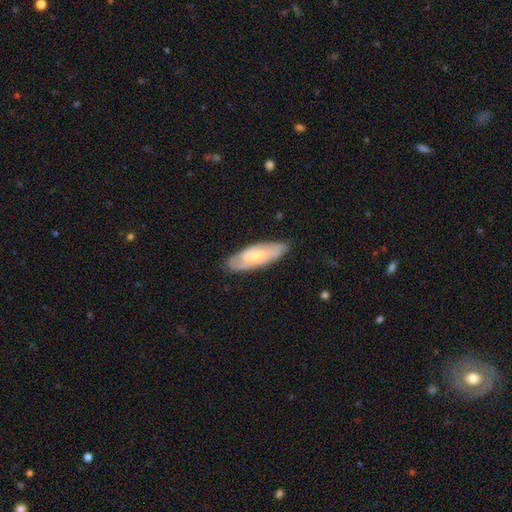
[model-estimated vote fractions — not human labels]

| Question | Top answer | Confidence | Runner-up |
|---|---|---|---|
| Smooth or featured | featured or disk | 55% | smooth (39%) |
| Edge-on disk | no | 80% | yes (20%) |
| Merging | none | 79% | minor disturbance (16%) |